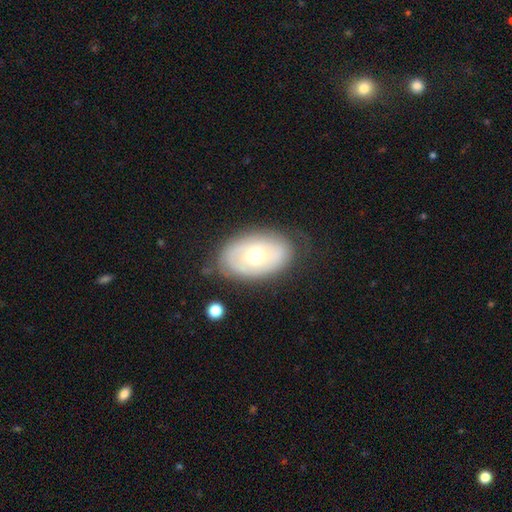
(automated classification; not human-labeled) Smooth or featured: featured or disk — 48% (smooth — 45%)
Merging: none — 75% (minor disturbance — 17%)